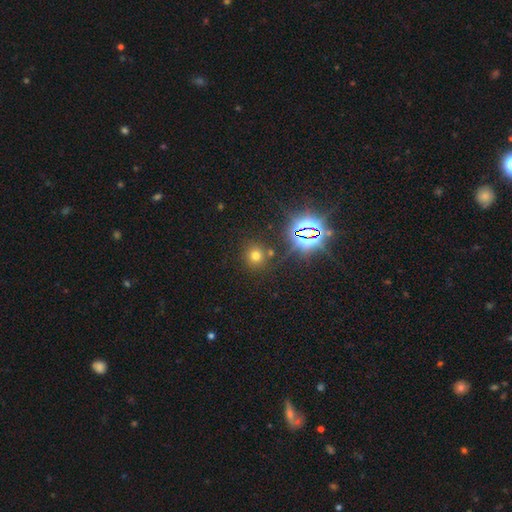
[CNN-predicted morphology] Smooth or featured? Predicted: smooth (p=0.61). How rounded? Predicted: round (p=0.91). Merging? Predicted: none (p=0.81).